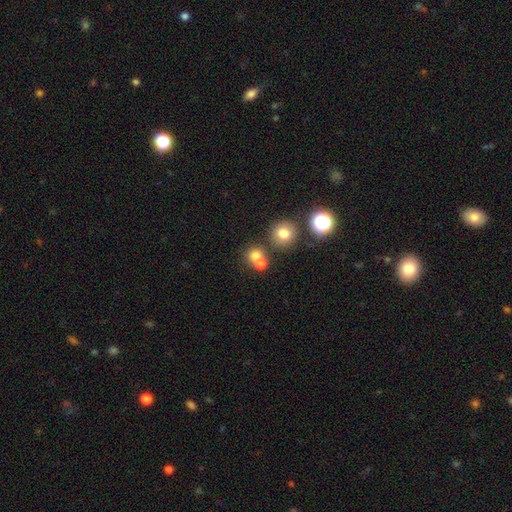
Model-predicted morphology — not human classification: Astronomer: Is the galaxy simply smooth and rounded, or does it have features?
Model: smooth — 73%.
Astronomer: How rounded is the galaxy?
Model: round — 84%.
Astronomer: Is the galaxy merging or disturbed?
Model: none — 50% (runner-up: merger, 40%).